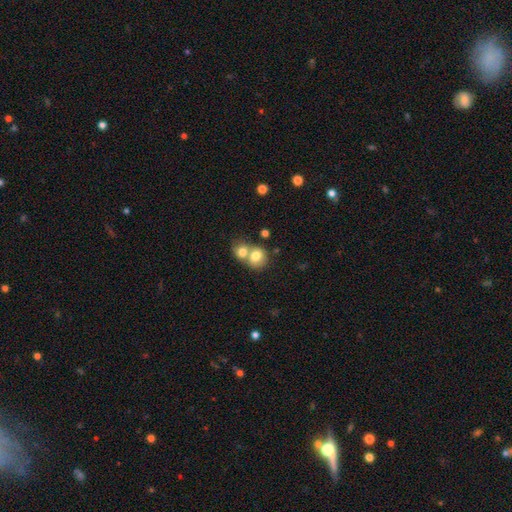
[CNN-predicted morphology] This is likely a smooth galaxy (75%). How rounded: likely round (74%). Merging: likely merger (66%).